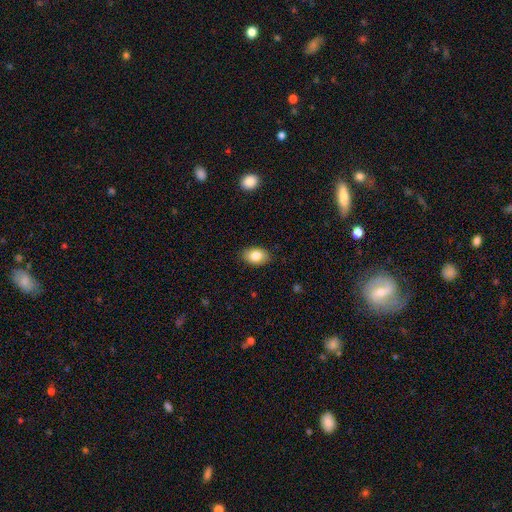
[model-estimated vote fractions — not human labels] smooth-or-featured: smooth: 83% | featured or disk: 9% | star or artifact: 7%
  how-rounded: in between: 87% | round: 11% | cigar-shaped: 1%
  merging: none: 88% | minor disturbance: 9% | major disturbance: 2% | merger: 1%